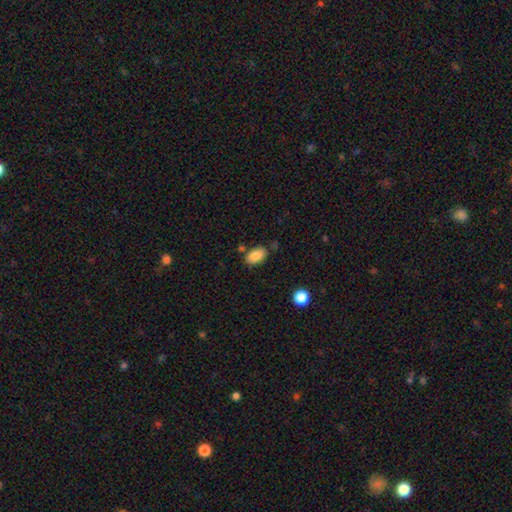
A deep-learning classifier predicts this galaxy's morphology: type=smooth (86%); roundness=in between (91%); merging=none (76%).